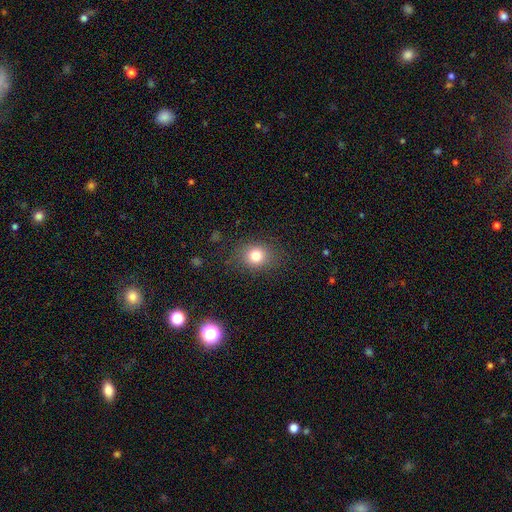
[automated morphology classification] This is likely a smooth galaxy (79%). How rounded: likely round (64%). Merging: clearly none (85%).